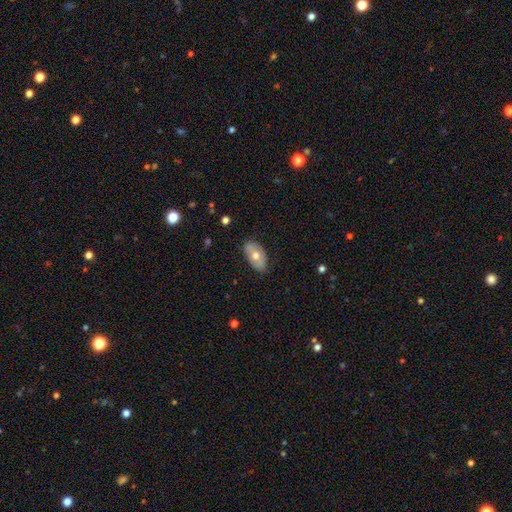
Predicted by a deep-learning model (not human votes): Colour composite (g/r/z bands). It shows a smooth galaxy with no disk features (60%) that is in between round and cigar-shaped (92%). Merging: none (77%).